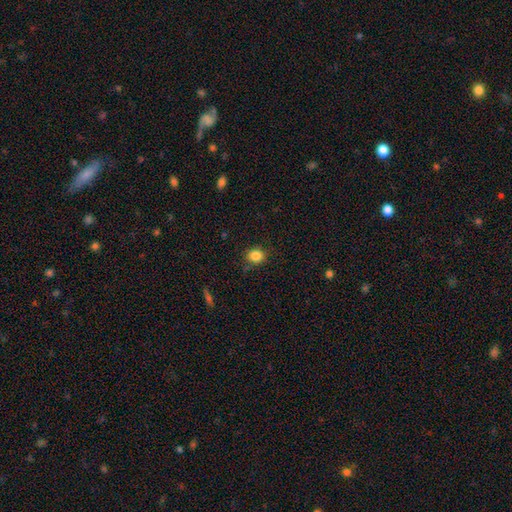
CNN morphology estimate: This appears to be a smooth galaxy with no disk features (84%) that is round (77%). Merging: none (84%).